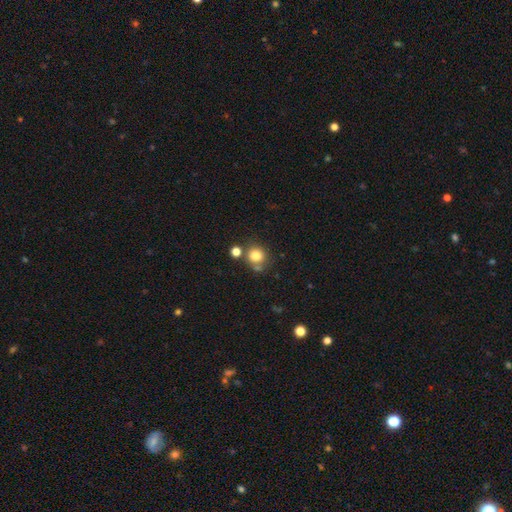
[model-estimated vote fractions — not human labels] smooth_or_featured: smooth (p=0.80) [alt: star or artifact p=0.12]
how_rounded: round (p=0.85) [alt: in between p=0.14]
merging: none (p=0.59) [alt: merger p=0.21]